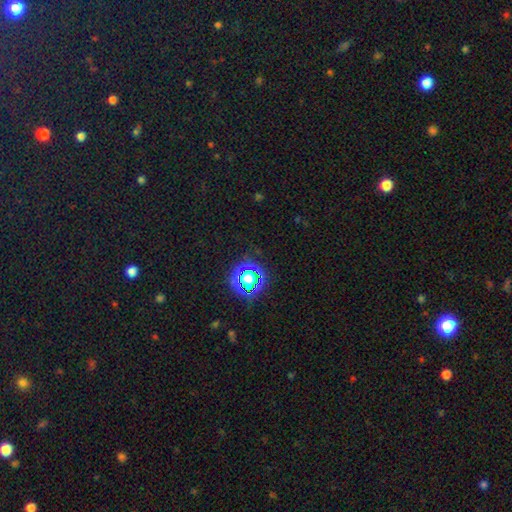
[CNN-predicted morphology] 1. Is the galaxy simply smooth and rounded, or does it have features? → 73% star or artifact, 20% smooth, 7% featured or disk.